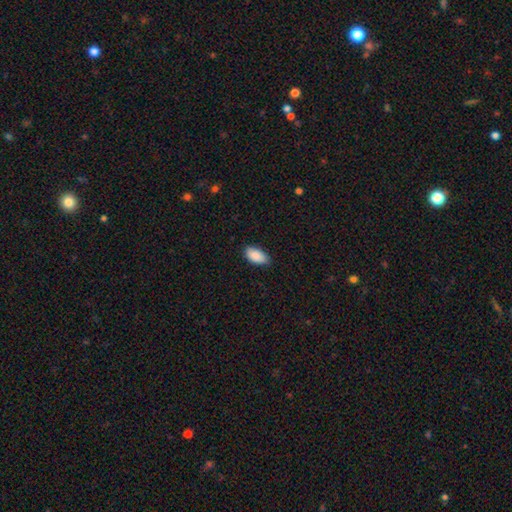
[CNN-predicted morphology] Q: Smooth or featured?
A: smooth (89%); runner-up: star or artifact (6%)
Q: How rounded?
A: in between (95%); runner-up: cigar-shaped (3%)
Q: Merging?
A: none (79%); runner-up: minor disturbance (18%)